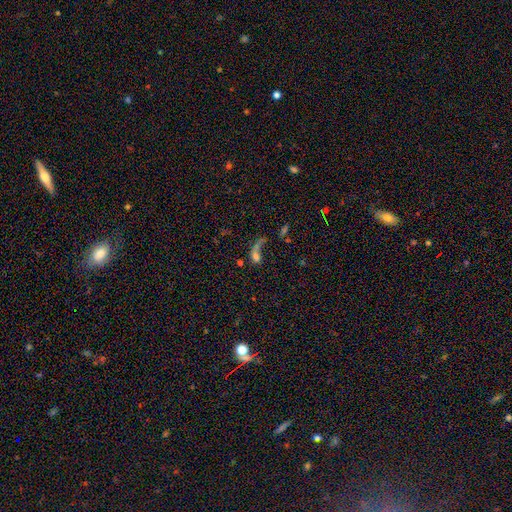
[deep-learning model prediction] The model was most divided on "merging": major disturbance: 39%, merger: 28%, none: 23%, minor disturbance: 11%. Remaining: smooth or featured — smooth (48%).